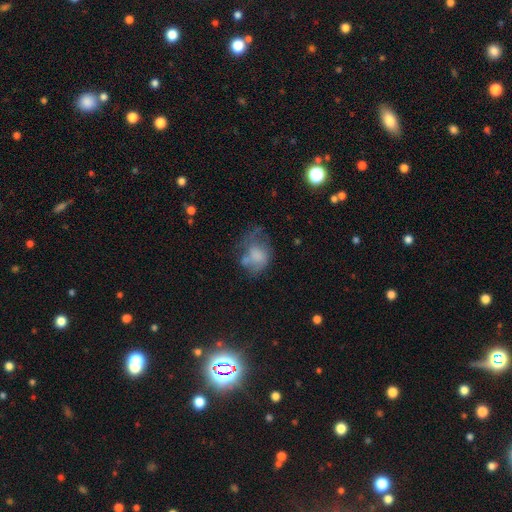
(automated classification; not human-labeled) A smooth galaxy with no disk features (60%) that is in between round and cigar-shaped (58%). Merging: major disturbance (36%).